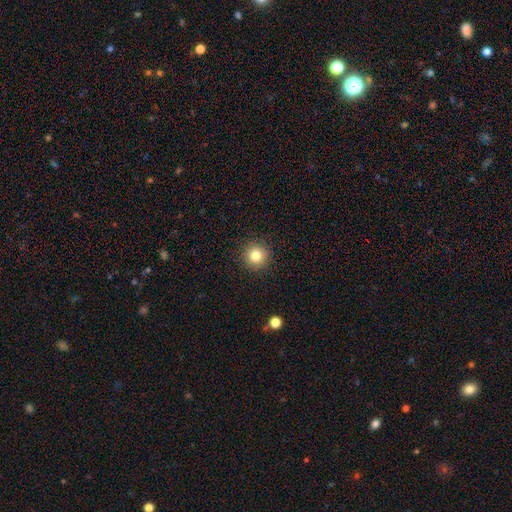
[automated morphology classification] A smooth galaxy with no disk features (81%) that is round (95%). Merging: none (92%).